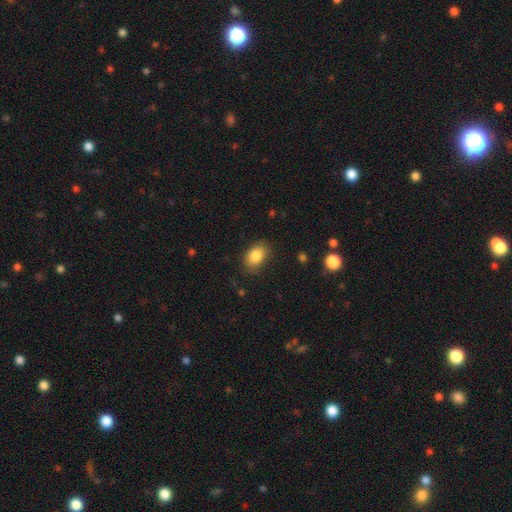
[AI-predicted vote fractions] This appears to be a smooth galaxy with no disk features (85%) that is in between round and cigar-shaped (83%). Merging: none (81%).